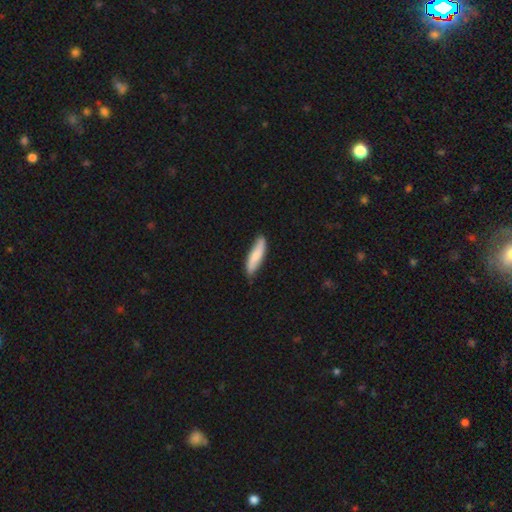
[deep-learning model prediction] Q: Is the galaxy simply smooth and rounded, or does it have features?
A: smooth — 70%.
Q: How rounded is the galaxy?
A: cigar-shaped — 69%.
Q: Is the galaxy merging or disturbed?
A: none — 78%.